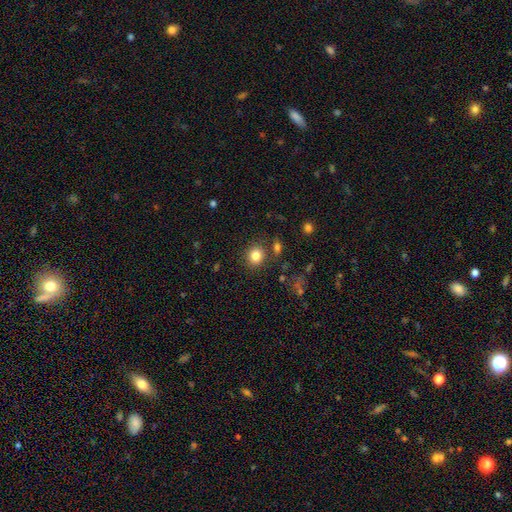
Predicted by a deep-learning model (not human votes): smooth_or_featured: smooth (p=0.83) [alt: star or artifact p=0.11]
how_rounded: round (p=0.80) [alt: in between p=0.19]
merging: none (p=0.81) [alt: minor disturbance p=0.09]